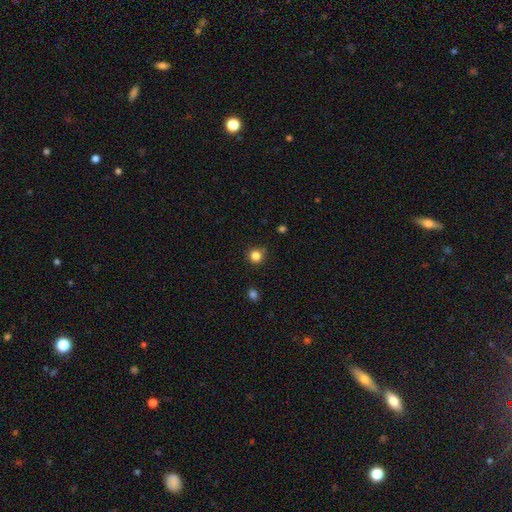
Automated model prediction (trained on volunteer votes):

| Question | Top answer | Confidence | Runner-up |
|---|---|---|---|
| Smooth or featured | smooth | 84% | star or artifact (13%) |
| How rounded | round | 93% | in between (6%) |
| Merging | none | 87% | minor disturbance (9%) |